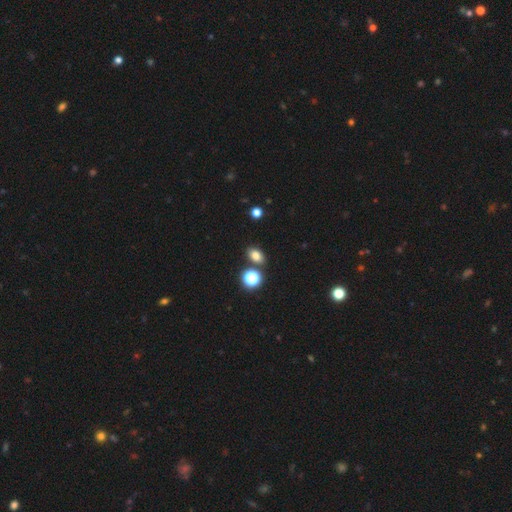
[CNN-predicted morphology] A smooth galaxy with no disk features (78%) that is in between round and cigar-shaped (73%). Merging: none (78%).